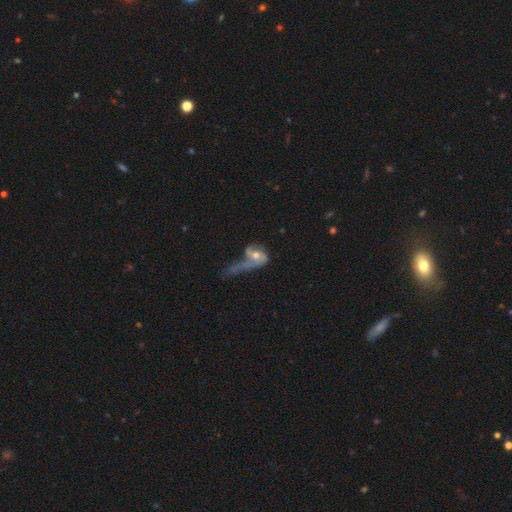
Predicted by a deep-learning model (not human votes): A featured or disk galaxy (57%) with no bar (72%), spiral arms (63%) and a moderate central bulge (63%).

Vote fractions:
- Smooth or featured? featured or disk: 57% / smooth: 36% / star or artifact: 8%
- Edge-on disk? no: 94% / yes: 6%
- Bar? no: 72% / weak: 22% / strong: 6%
- Spiral arms? yes: 63% / no: 37%
- Bulge size? moderate: 63% / small: 23% / large: 8% / none: 4% / dominant: 2%
- Merging? major disturbance: 46% / merger: 26% / none: 15% / minor disturbance: 13%